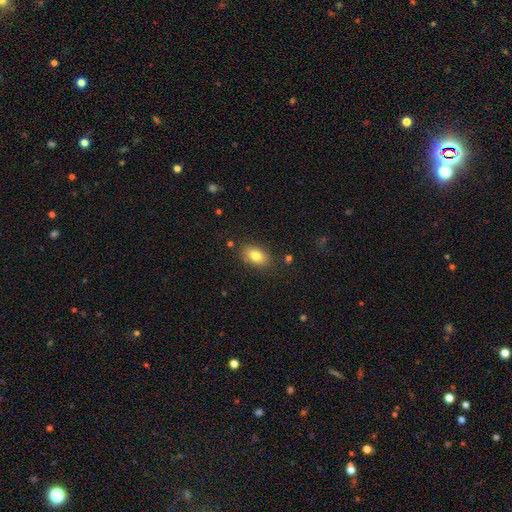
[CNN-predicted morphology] Q: Smooth or featured?
A: smooth (81%); runner-up: featured or disk (10%)
Q: How rounded?
A: in between (86%); runner-up: round (12%)
Q: Merging?
A: none (82%); runner-up: minor disturbance (12%)